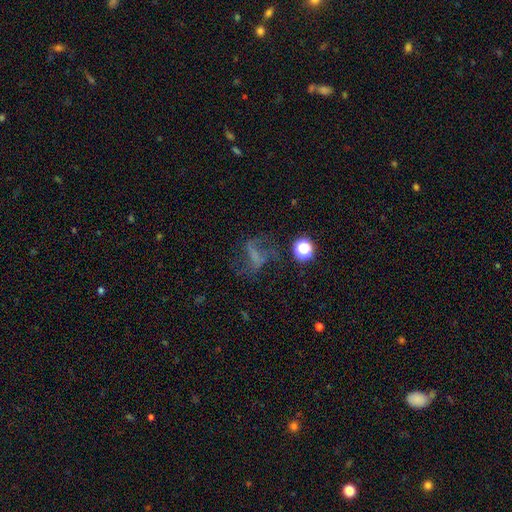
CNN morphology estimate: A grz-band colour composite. It shows a featured or disk galaxy (45%). Merging: none (48%).